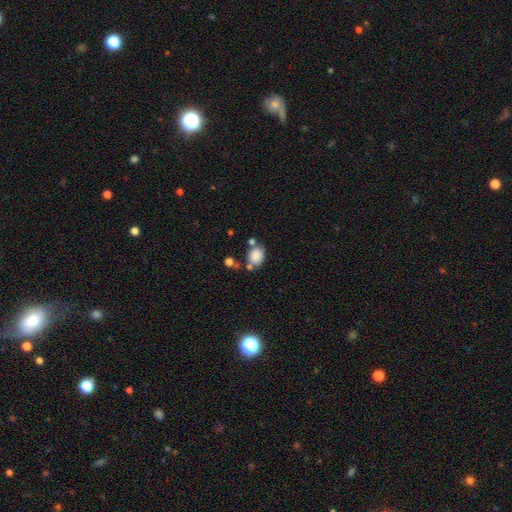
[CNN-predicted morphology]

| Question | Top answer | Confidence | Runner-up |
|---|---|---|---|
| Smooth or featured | smooth | 84% | star or artifact (9%) |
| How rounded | in between | 57% | round (41%) |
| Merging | none | 56% | merger (20%) |